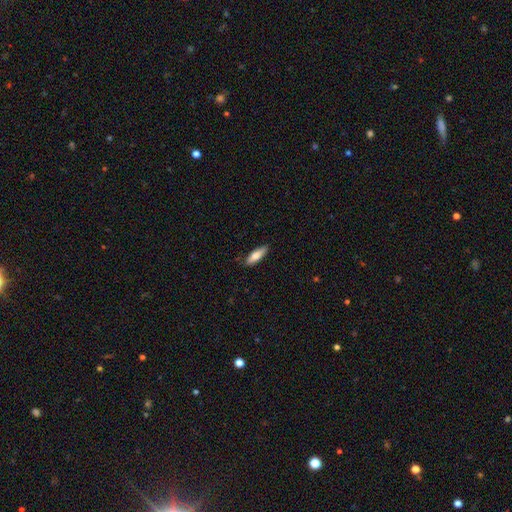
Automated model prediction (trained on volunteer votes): A smooth galaxy with no disk features (76%) that is cigar-shaped (50%).

Vote fractions:
- Smooth or featured? smooth: 76% / featured or disk: 18% / star or artifact: 6%
- How rounded? cigar-shaped: 50% / in between: 48% / round: 2%
- Merging? none: 85% / minor disturbance: 11% / major disturbance: 2% / merger: 1%